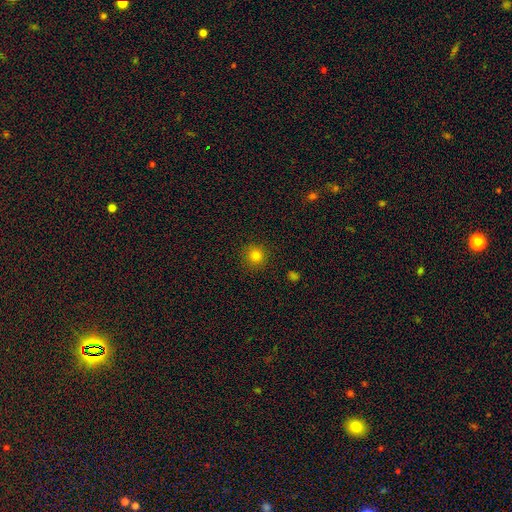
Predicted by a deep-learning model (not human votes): A smooth galaxy with no disk features (80%) that is round (94%). Merging: none (91%).